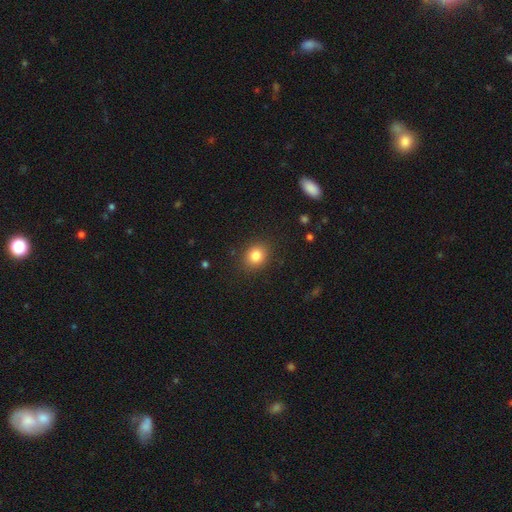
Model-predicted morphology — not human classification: A smooth galaxy with no disk features (83%) that is round (70%). Merging: none (88%).